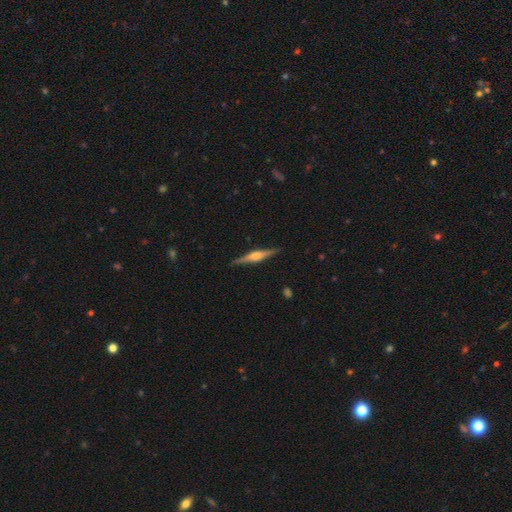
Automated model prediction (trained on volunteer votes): featured or disk 74%, smooth 20%, star or artifact 6%. Down the decision tree: edge-on disk — yes (98%); edge-on bulge — rounded (76%); merging — none (89%).